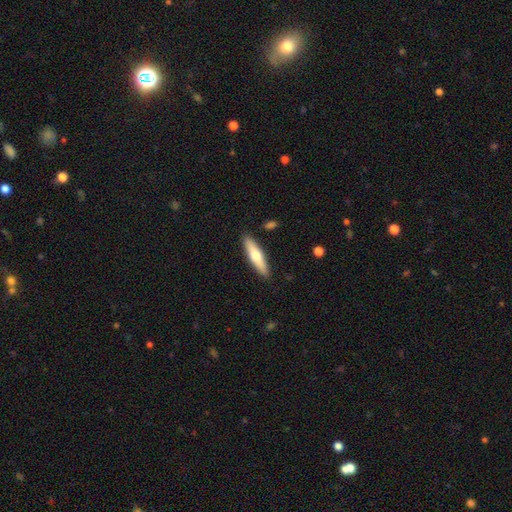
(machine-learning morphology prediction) Smooth or featured: smooth — 58% (featured or disk — 37%)
How rounded: cigar-shaped — 76% (in between — 23%)
Merging: none — 89% (minor disturbance — 8%)